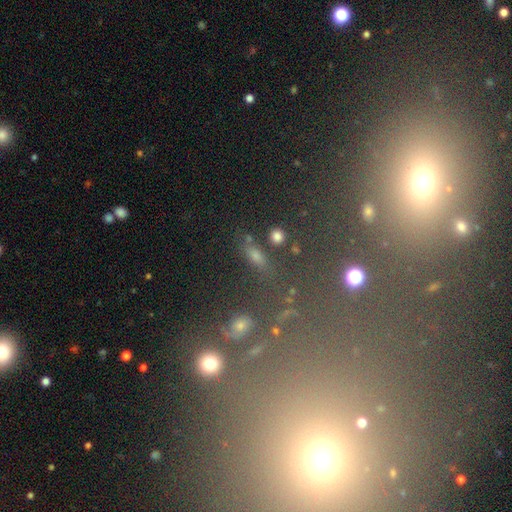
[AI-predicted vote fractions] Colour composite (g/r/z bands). It shows a smooth galaxy with no disk features (60%) that is in between round and cigar-shaped (61%). Merging: none (69%).